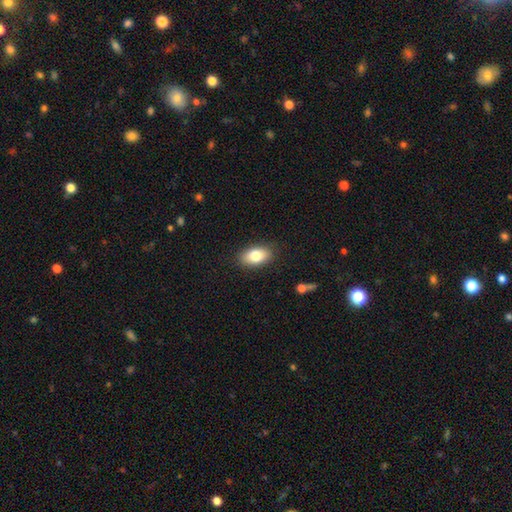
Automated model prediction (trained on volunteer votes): The model was most divided on "smooth or featured": smooth: 80%, featured or disk: 13%, star or artifact: 7%. More confident: how rounded — in between (91%); merging — none (87%).